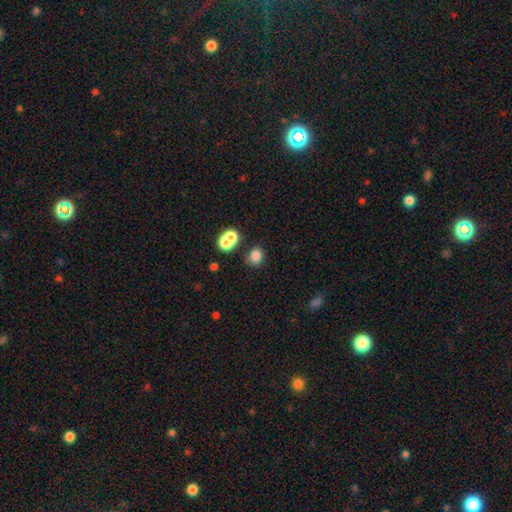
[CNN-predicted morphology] This appears to be a smooth galaxy with no disk features (81%) that is round (66%). Merging: none (66%).